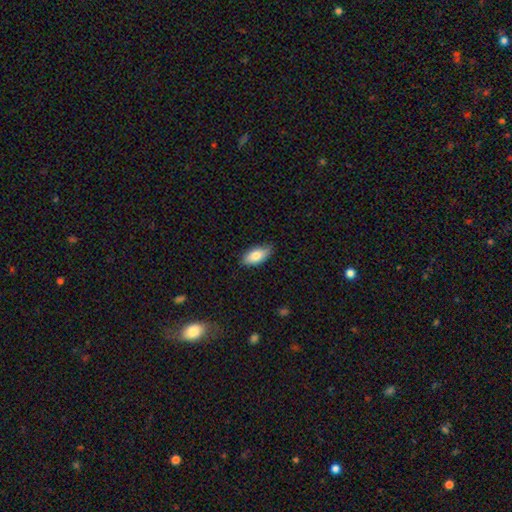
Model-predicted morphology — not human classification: Smooth or featured? Predicted: smooth (p=0.82). How rounded? Predicted: in between (p=0.89). Merging? Predicted: none (p=0.83).